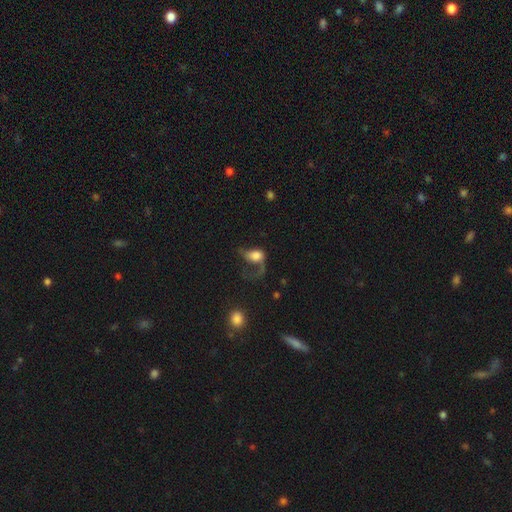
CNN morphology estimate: Smooth or featured: smooth — 50% (featured or disk — 40%)
How rounded: in between — 64% (round — 33%)
Merging: major disturbance — 60% (none — 19%)